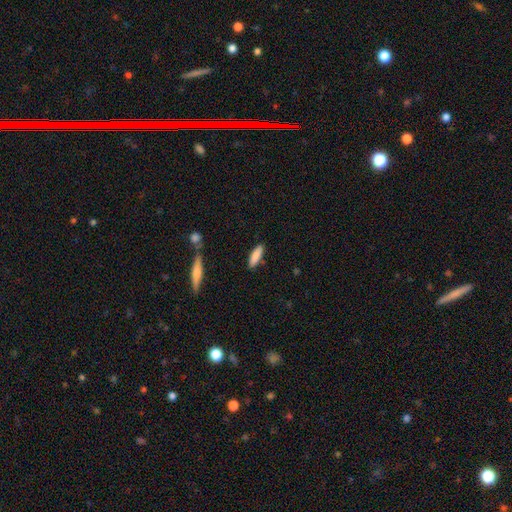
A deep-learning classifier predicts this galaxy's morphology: Smooth or featured: smooth — 85% (featured or disk — 9%)
How rounded: cigar-shaped — 55% (in between — 44%)
Merging: none — 85% (minor disturbance — 10%)